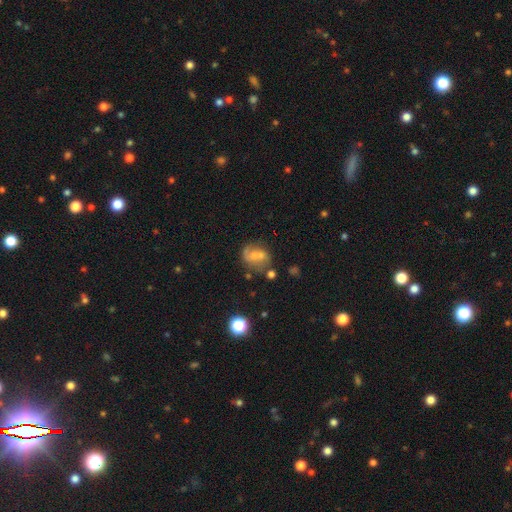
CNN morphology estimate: This appears to be a featured or disk galaxy (56%) with no bar (53%), spiral arms (72%) and a small central bulge (43%). Merging: none (44%).